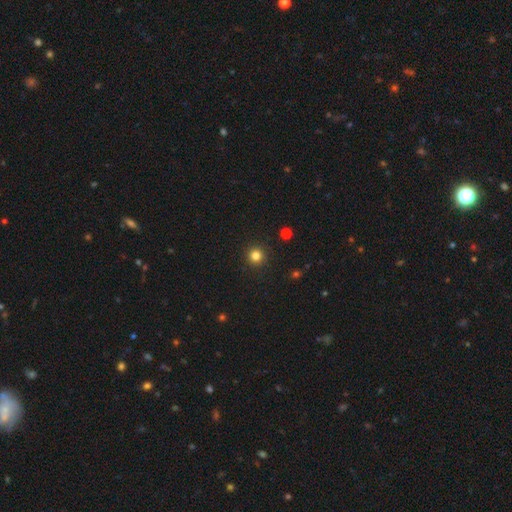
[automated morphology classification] This is clearly a smooth galaxy (82%). How rounded: clearly round (95%). Merging: clearly none (92%).